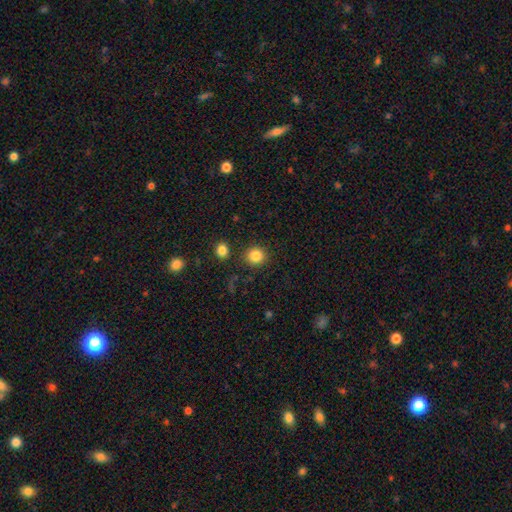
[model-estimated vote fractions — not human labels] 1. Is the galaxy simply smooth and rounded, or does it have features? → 85% smooth, 11% star or artifact, 5% featured or disk.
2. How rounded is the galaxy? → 90% round, 9% in between, 1% cigar-shaped.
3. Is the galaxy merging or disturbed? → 87% none, 6% minor disturbance, 4% merger, 3% major disturbance.